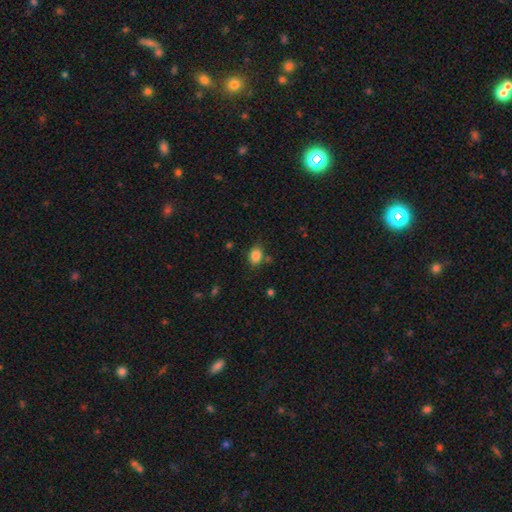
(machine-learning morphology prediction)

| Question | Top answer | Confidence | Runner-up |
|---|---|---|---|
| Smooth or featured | smooth | 85% | star or artifact (10%) |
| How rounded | in between | 68% | round (31%) |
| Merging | none | 76% | minor disturbance (15%) |